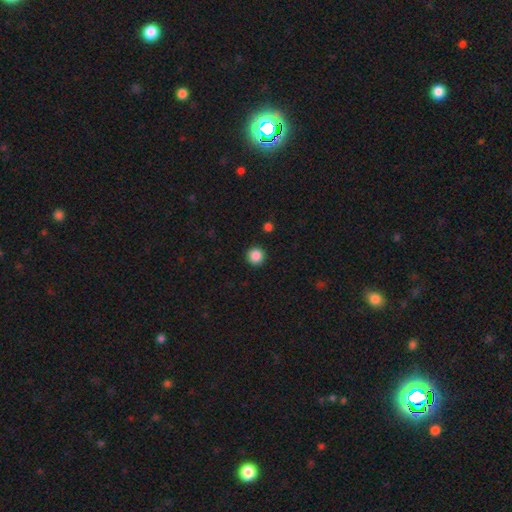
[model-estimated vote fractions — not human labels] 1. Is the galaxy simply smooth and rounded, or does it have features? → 87% smooth, 10% star or artifact, 3% featured or disk.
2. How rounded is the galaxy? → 95% round, 4% in between, 1% cigar-shaped.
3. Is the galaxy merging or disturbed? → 92% none, 5% minor disturbance, 2% major disturbance, 1% merger.